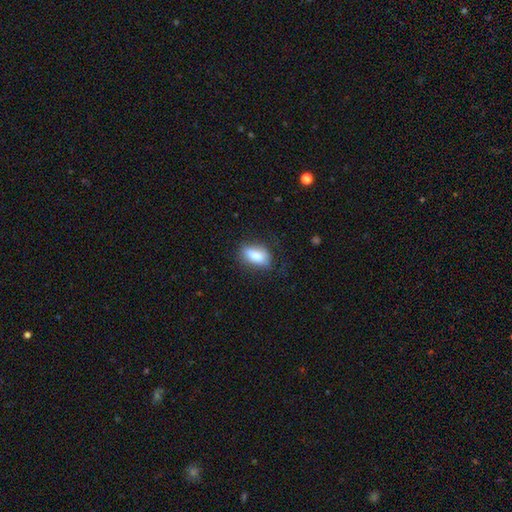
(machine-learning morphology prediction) Smooth or featured? smooth (81%)
How rounded? in between (85%)
Merging? none (65%)